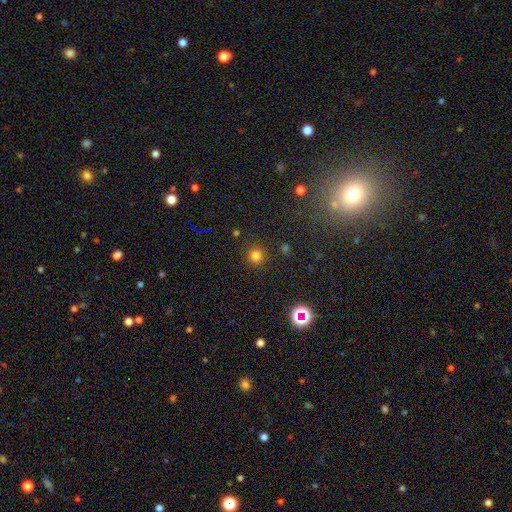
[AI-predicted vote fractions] Morphology: type=smooth (77%); roundness=round (95%); merging=none (89%).